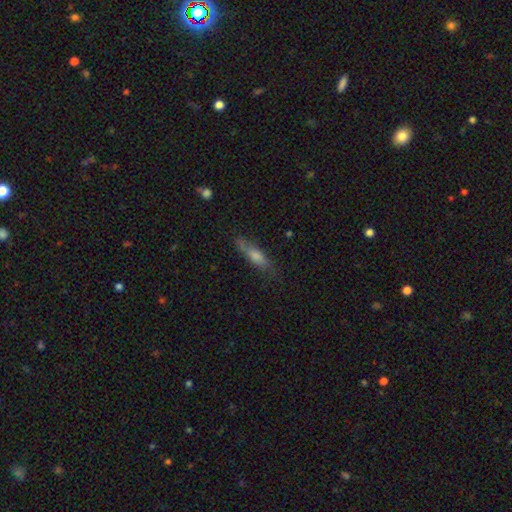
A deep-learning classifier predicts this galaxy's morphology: type=smooth (61%); roundness=cigar-shaped (67%); merging=none (70%).